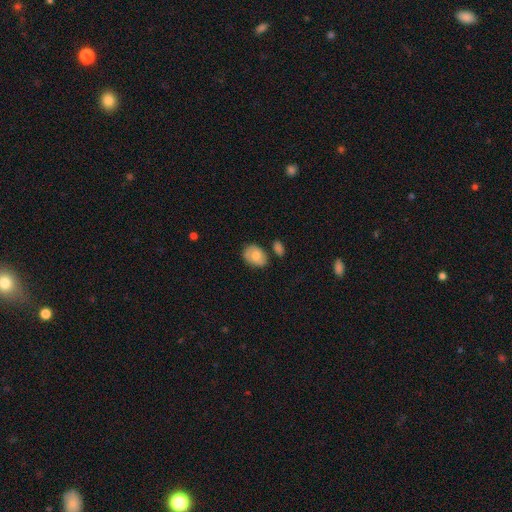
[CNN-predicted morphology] Smooth or featured?
  - smooth: 67% *
  - featured or disk: 26%
  - star or artifact: 7%
How rounded?
  - in between: 72% *
  - round: 27%
  - cigar-shaped: 1%
Merging?
  - none: 64% *
  - minor disturbance: 23%
  - merger: 8%
  - major disturbance: 6%